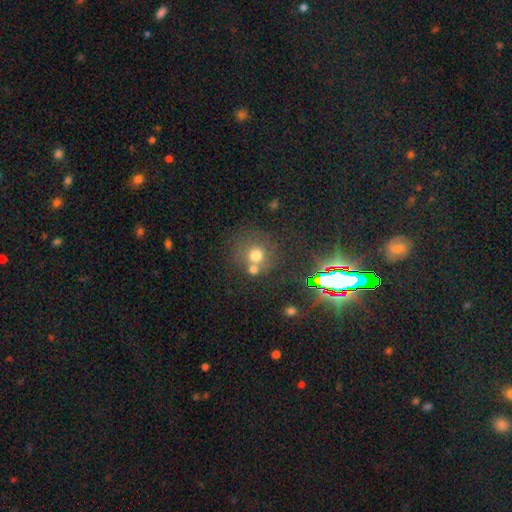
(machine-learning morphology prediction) A smooth galaxy with no disk features (67%) that is round (88%). Merging: none (55%).